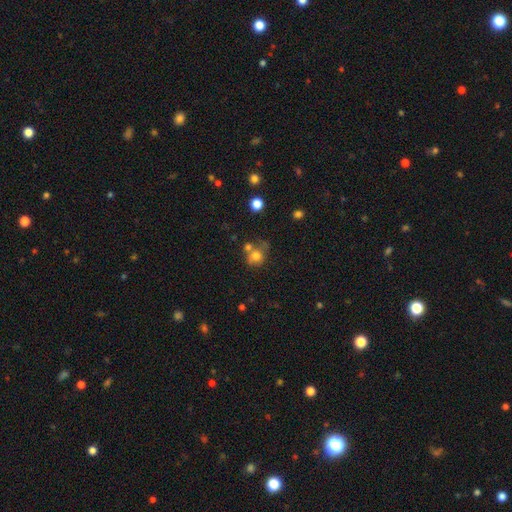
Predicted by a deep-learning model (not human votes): This appears to be a smooth galaxy with no disk features (72%) that is round (75%). Merging: none (44%).